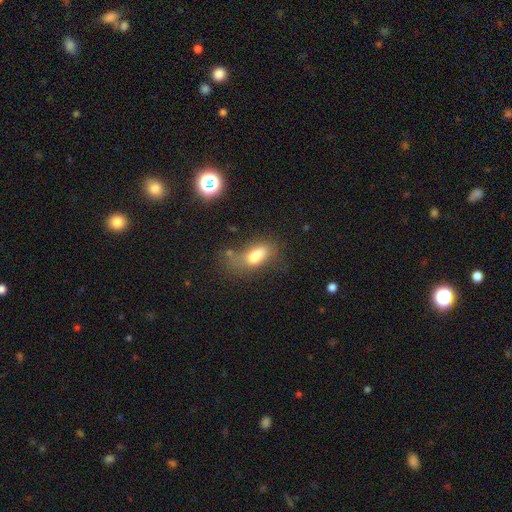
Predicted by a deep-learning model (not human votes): This is likely a smooth galaxy (72%). How rounded: clearly in between (83%). Merging: marginally none (33%).